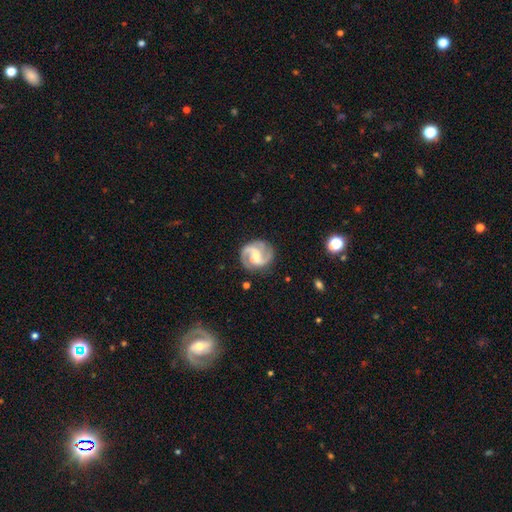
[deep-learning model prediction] This is clearly a featured or disk galaxy (88%). It is clearly not viewed edge-on (98%). Bar: possibly weak (45%). Spiral arm pattern: clearly yes (98%). Spiral arm count: likely 2 (78%). Spiral winding: possibly medium (55%). Central bulge: possibly small (49%). Merging: clearly none (80%).